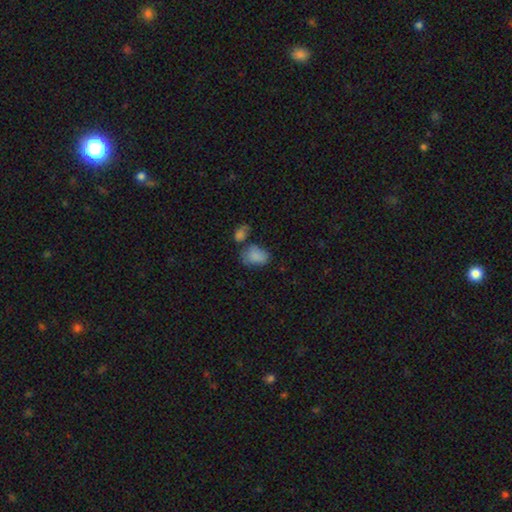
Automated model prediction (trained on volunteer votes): Q: Smooth or featured?
A: smooth (83%); runner-up: star or artifact (9%)
Q: How rounded?
A: in between (80%); runner-up: round (19%)
Q: Merging?
A: none (46%); runner-up: minor disturbance (23%)